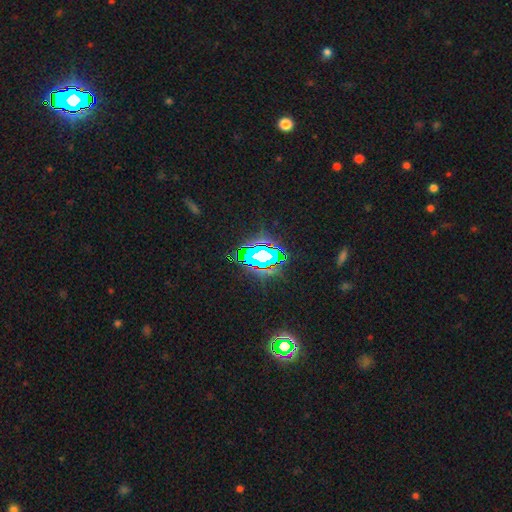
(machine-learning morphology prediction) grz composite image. It shows a star or artifact, not a galaxy (72%).